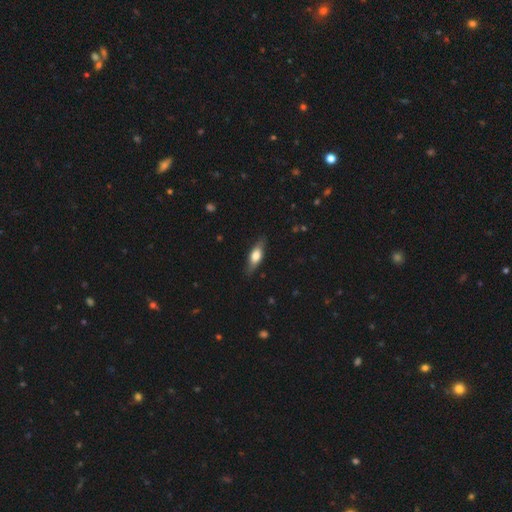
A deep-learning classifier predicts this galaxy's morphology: Smooth or featured: smooth — 57% (featured or disk — 37%)
How rounded: in between — 60% (cigar-shaped — 37%)
Merging: none — 83% (minor disturbance — 14%)